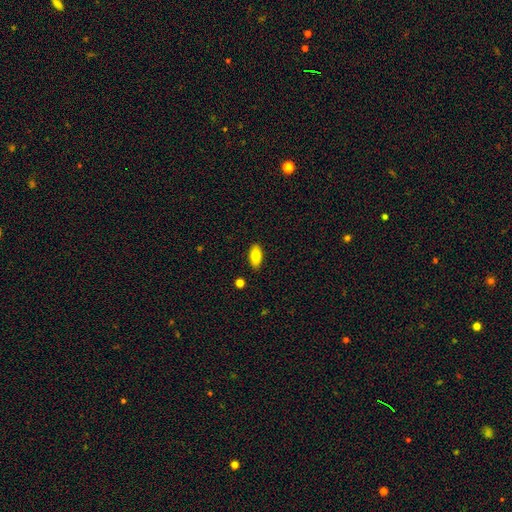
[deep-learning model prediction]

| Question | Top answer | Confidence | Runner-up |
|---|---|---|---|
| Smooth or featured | smooth | 78% | featured or disk (15%) |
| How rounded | in between | 88% | cigar-shaped (8%) |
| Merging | none | 88% | minor disturbance (9%) |